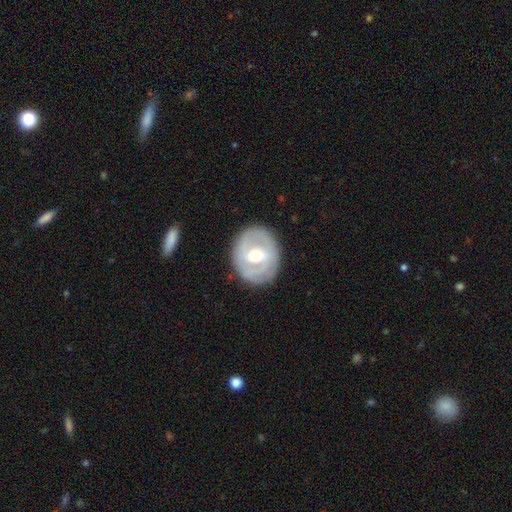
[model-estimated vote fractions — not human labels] Smooth or featured: featured or disk — 73% (smooth — 22%)
Edge-on disk: no — 96% (yes — 4%)
Bar: weak — 49% (strong — 26%)
Spiral arms: yes — 72% (no — 28%)
Spiral winding: tight — 55% (medium — 33%)
Spiral arm count: 2 — 58% (can't tell — 26%)
Bulge size: moderate — 63% (small — 32%)
Merging: none — 83% (minor disturbance — 12%)